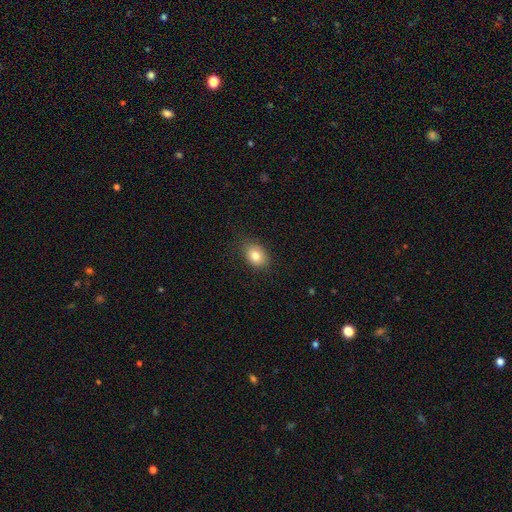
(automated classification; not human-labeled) Morphology: type=smooth (81%); roundness=in between (66%); merging=none (81%).